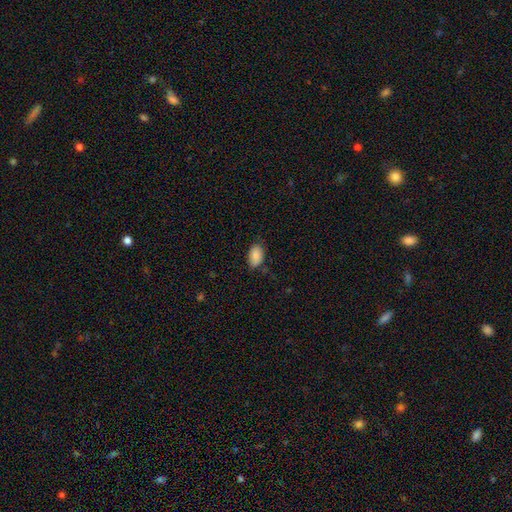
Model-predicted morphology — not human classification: This is clearly a smooth galaxy (88%). How rounded: clearly in between (92%). Merging: likely none (78%).